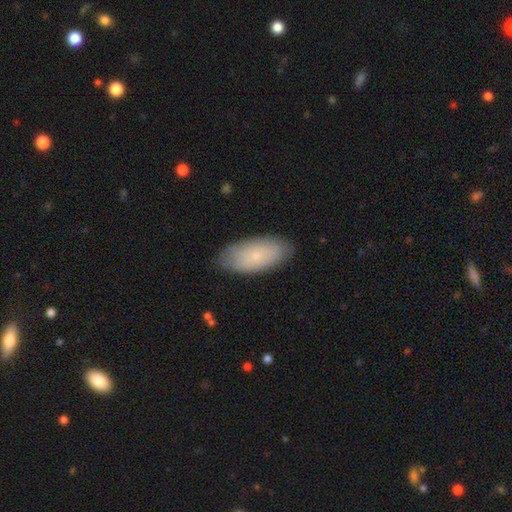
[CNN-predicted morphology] A smooth galaxy with no disk features (70%) that is in between round and cigar-shaped (92%).

Vote fractions:
- Smooth or featured? smooth: 70% / featured or disk: 23% / star or artifact: 7%
- How rounded? in between: 92% / cigar-shaped: 6% / round: 2%
- Merging? none: 82% / minor disturbance: 14% / major disturbance: 3% / merger: 1%